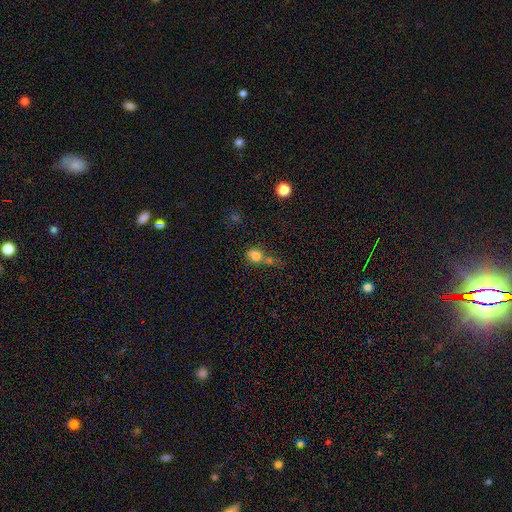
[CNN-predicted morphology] This appears to be a smooth galaxy with no disk features (75%) that is round (58%). Merging: merger (43%).